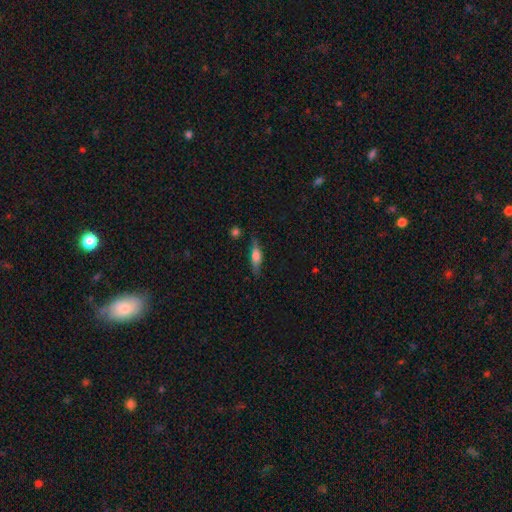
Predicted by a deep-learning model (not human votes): Smooth or featured? smooth (49%)
Merging? none (74%)